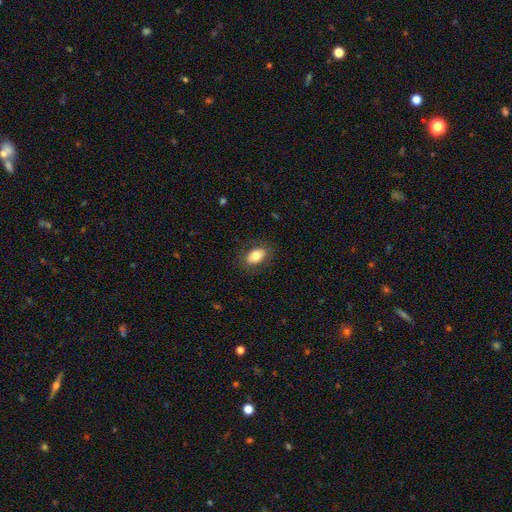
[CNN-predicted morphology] Overall: smooth (78%). How rounded: in between (87%). Merging: none (84%).